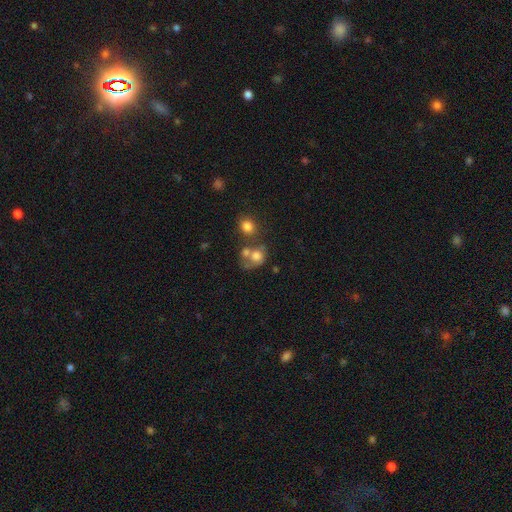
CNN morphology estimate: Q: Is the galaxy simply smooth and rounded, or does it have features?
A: smooth — 69%.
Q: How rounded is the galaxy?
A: round — 63%.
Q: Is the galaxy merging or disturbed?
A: merger — 45%.